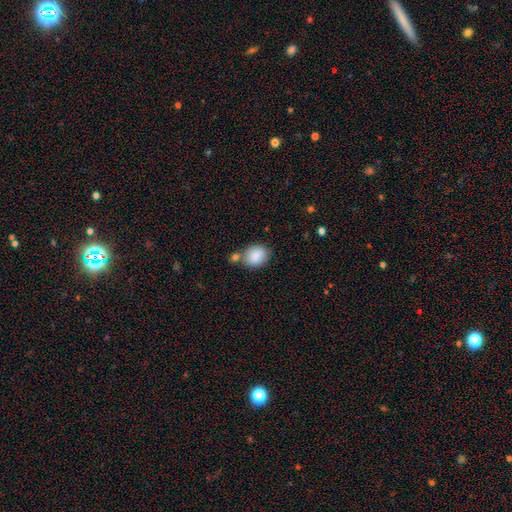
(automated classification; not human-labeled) Q: Smooth or featured?
A: smooth (88%); runner-up: star or artifact (7%)
Q: How rounded?
A: in between (55%); runner-up: round (44%)
Q: Merging?
A: none (61%); runner-up: merger (19%)